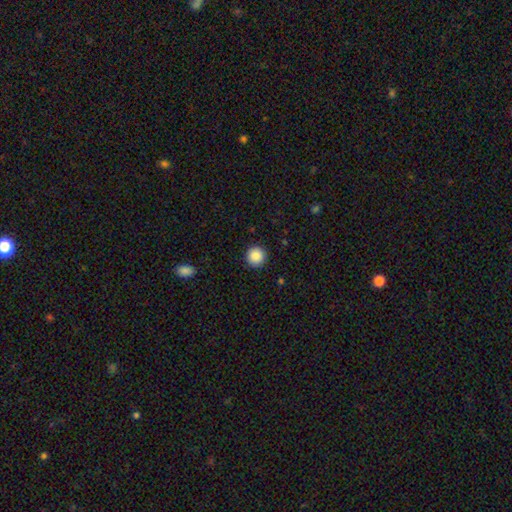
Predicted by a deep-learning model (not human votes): This is clearly a smooth galaxy (88%). How rounded: clearly round (95%). Merging: clearly none (92%).